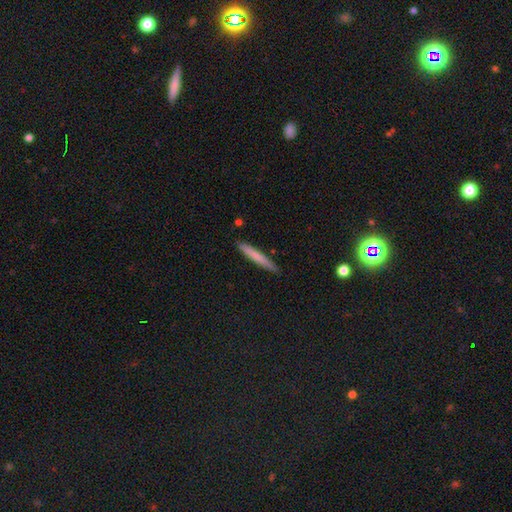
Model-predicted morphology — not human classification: Smooth or featured?
  - smooth: 71% *
  - featured or disk: 23%
  - star or artifact: 6%
How rounded?
  - cigar-shaped: 96% *
  - in between: 3%
  - round: 1%
Merging?
  - none: 88% *
  - minor disturbance: 9%
  - merger: 2%
  - major disturbance: 2%